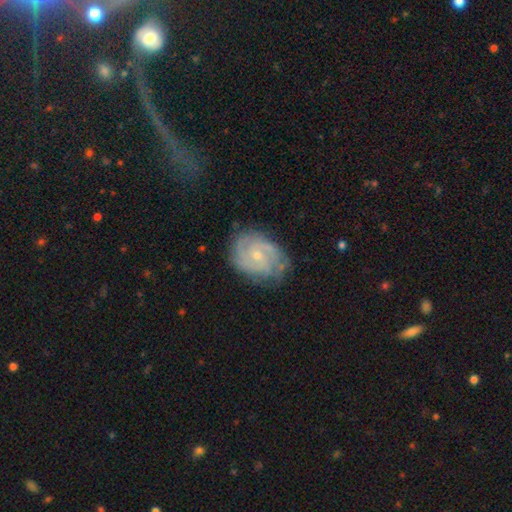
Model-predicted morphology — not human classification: This is clearly a featured or disk galaxy (83%). It is clearly not viewed edge-on (97%). Bar: likely no (65%). Spiral arm pattern: clearly yes (96%). Spiral arm count: marginally 2 (40%). Spiral winding: likely tight (63%). Central bulge: likely small (69%). Merging: likely none (74%).